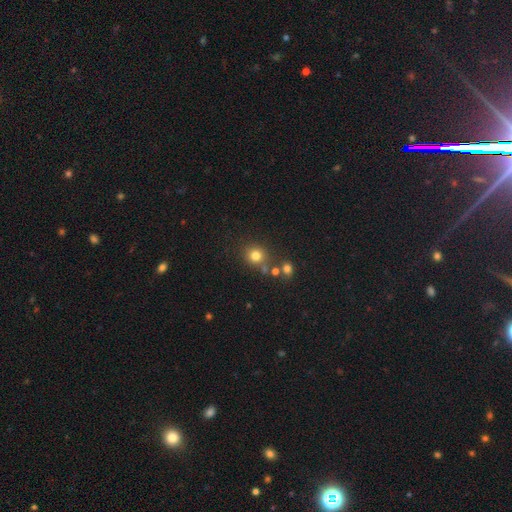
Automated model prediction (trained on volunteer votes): Q: Smooth or featured?
A: smooth (78%); runner-up: star or artifact (15%)
Q: How rounded?
A: round (87%); runner-up: in between (12%)
Q: Merging?
A: none (73%); runner-up: merger (13%)